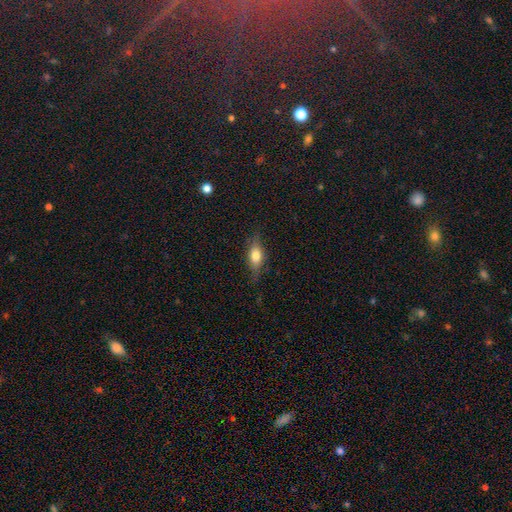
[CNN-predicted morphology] type=smooth (62%); roundness=in between (69%); merging=none (74%).